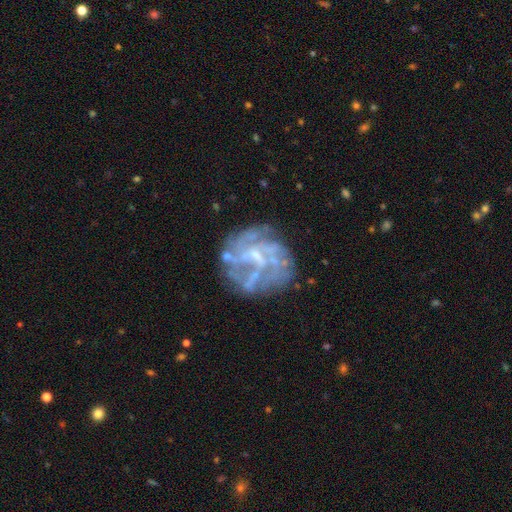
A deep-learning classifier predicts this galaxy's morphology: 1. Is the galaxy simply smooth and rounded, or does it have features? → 77% featured or disk, 13% smooth, 11% star or artifact.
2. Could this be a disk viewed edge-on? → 98% no, 2% yes.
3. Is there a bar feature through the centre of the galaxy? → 48% no, 41% weak, 11% strong.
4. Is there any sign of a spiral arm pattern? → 59% yes, 41% no.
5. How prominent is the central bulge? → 45% small, 34% none, 18% moderate, 2% large, 1% dominant.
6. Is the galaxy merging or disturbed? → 63% none, 17% minor disturbance, 16% major disturbance, 4% merger.